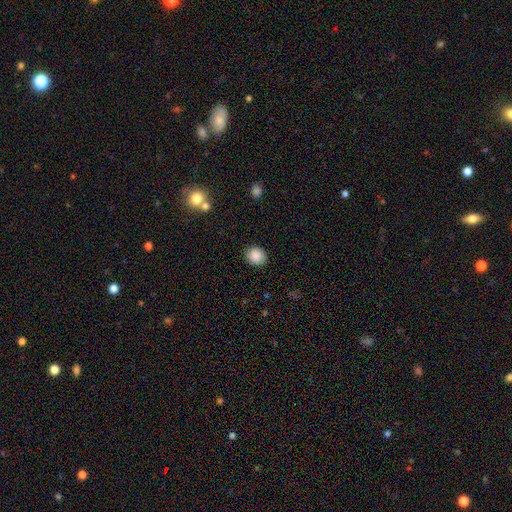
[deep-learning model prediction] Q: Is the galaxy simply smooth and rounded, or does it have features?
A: smooth — 89%.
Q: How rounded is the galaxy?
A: round — 67%.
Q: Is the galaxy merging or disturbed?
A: none — 90%.